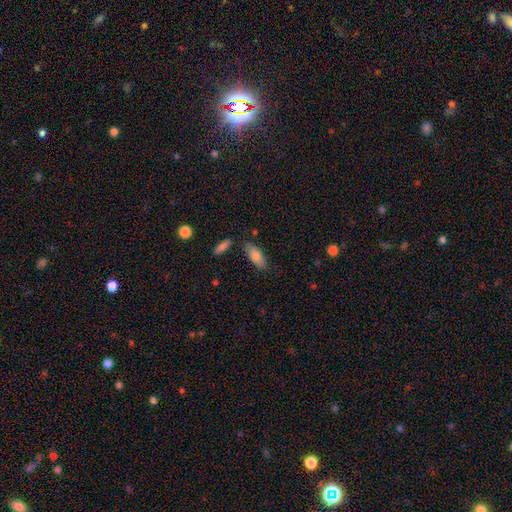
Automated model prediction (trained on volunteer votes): Smooth or featured?
  - smooth: 81% *
  - featured or disk: 13%
  - star or artifact: 7%
How rounded?
  - in between: 79% *
  - cigar-shaped: 19%
  - round: 2%
Merging?
  - none: 79% *
  - minor disturbance: 14%
  - merger: 4%
  - major disturbance: 3%